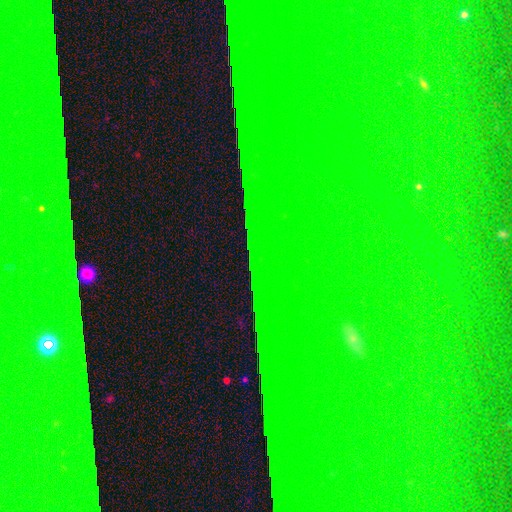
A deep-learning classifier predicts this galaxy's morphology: Smooth or featured?
  - star or artifact: 86% *
  - featured or disk: 8%
  - smooth: 6%